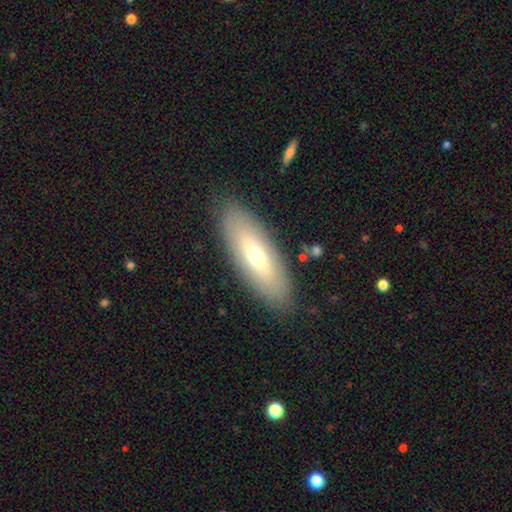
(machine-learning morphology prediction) Smooth or featured? Predicted: smooth (p=0.58). How rounded? Predicted: in between (p=0.66). Merging? Predicted: none (p=0.86).